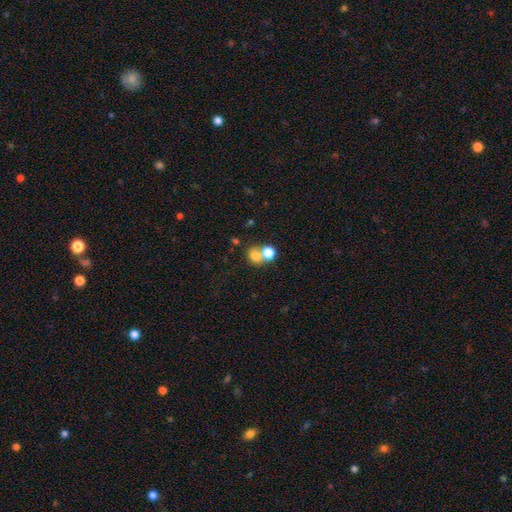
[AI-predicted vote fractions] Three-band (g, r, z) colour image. It shows a smooth galaxy with no disk features (74%) that is round (68%). Merging: merger (55%).